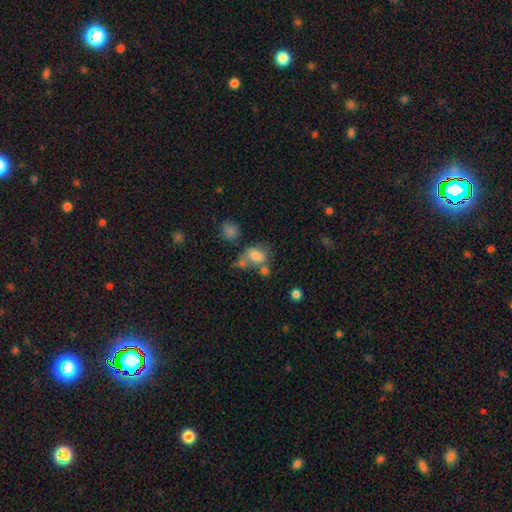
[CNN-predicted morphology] smooth 76%, star or artifact 12%, featured or disk 12%. Down the decision tree: how rounded — in between (69%); merging — none (39%).